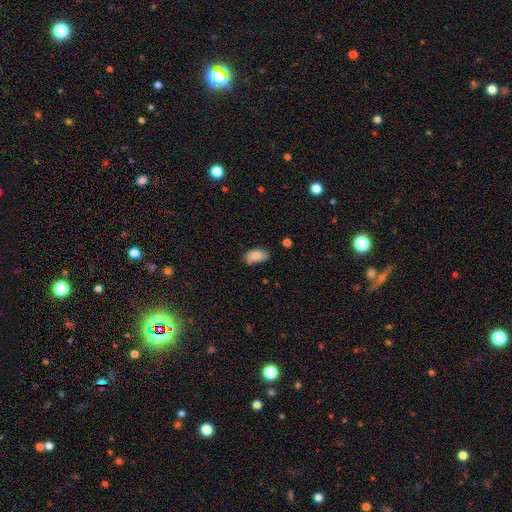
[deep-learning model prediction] A smooth galaxy with no disk features (87%) that is in between round and cigar-shaped (94%).

Vote fractions:
- Smooth or featured? smooth: 87% / star or artifact: 8% / featured or disk: 5%
- How rounded? in between: 94% / round: 4% / cigar-shaped: 3%
- Merging? none: 60% / minor disturbance: 31% / major disturbance: 6% / merger: 2%